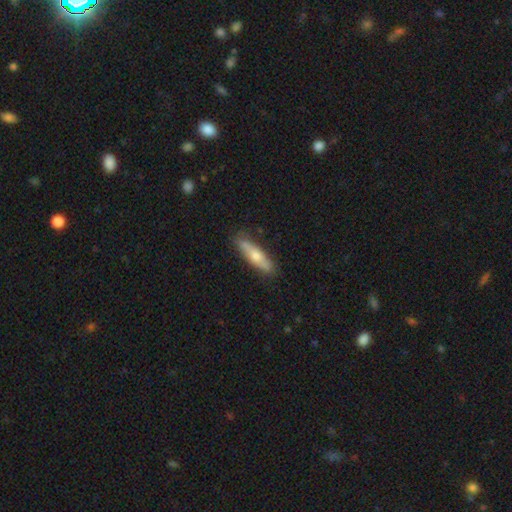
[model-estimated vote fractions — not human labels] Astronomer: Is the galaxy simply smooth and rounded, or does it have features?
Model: smooth — 57% (runner-up: featured or disk, 38%).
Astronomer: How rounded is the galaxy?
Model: cigar-shaped — 75%.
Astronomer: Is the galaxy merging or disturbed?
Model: none — 84%.